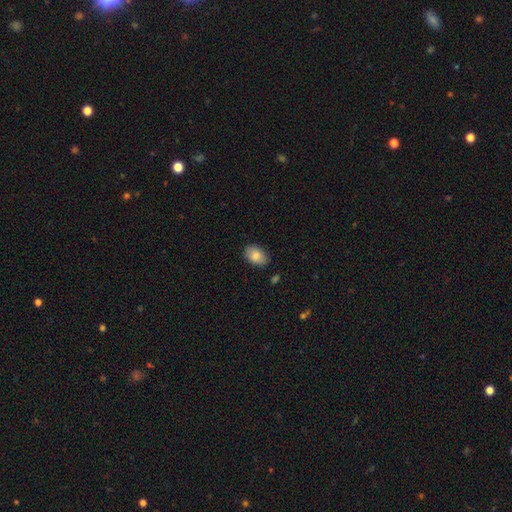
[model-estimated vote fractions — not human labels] smooth_or_featured: smooth (p=0.85) [alt: featured or disk p=0.09]
how_rounded: in between (p=0.87) [alt: round p=0.12]
merging: none (p=0.85) [alt: minor disturbance p=0.11]